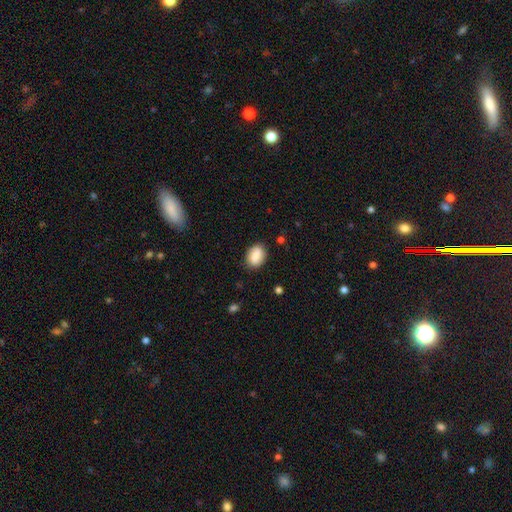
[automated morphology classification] type=smooth (76%); roundness=in between (74%); merging=none (83%).